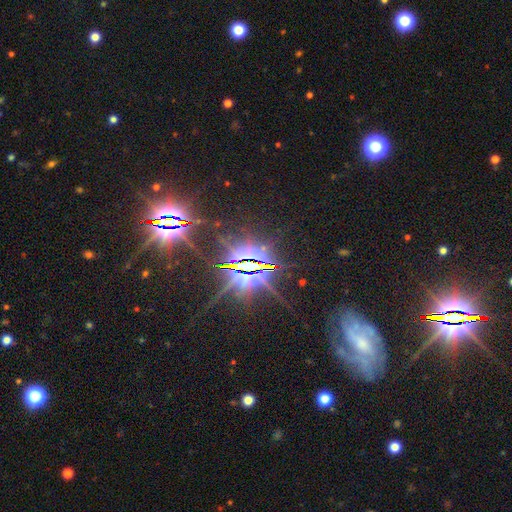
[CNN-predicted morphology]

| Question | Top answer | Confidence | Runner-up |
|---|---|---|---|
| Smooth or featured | star or artifact | 78% | featured or disk (15%) |